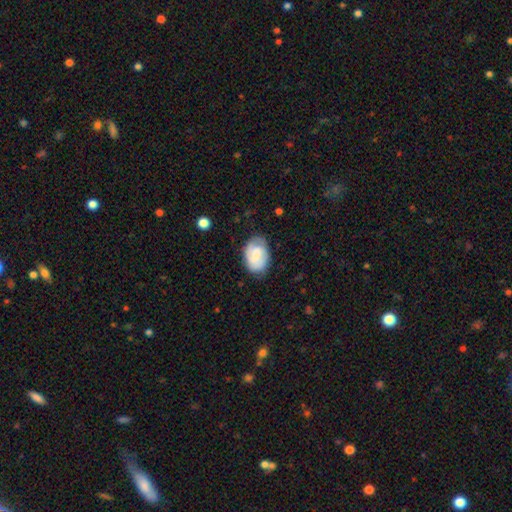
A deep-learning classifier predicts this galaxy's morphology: Smooth or featured? Predicted: smooth (p=0.64). How rounded? Predicted: in between (p=0.82). Merging? Predicted: none (p=0.65).